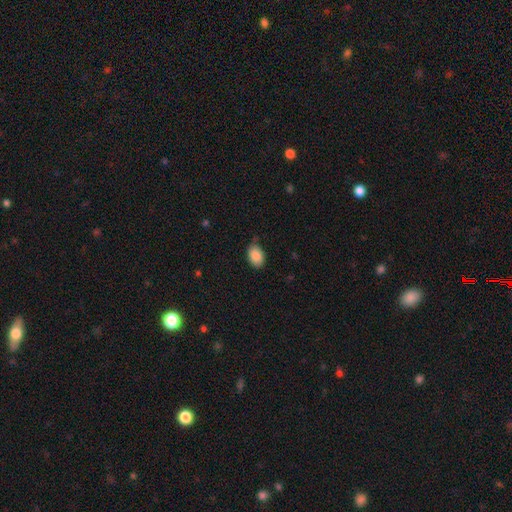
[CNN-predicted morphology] Smooth or featured? Predicted: smooth (p=0.89). How rounded? Predicted: in between (p=0.85). Merging? Predicted: none (p=0.75).